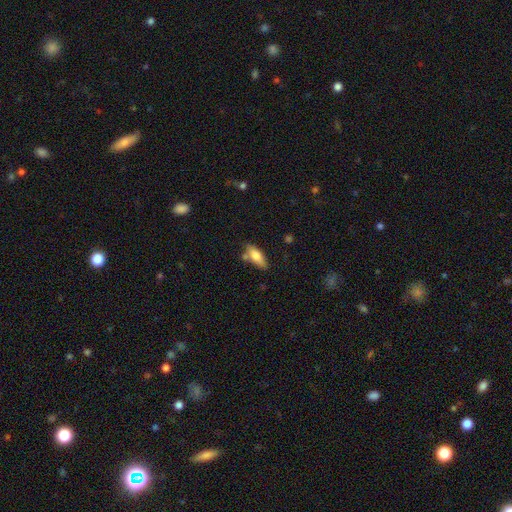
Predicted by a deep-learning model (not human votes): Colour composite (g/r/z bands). It shows a smooth galaxy with no disk features (74%) that is in between round and cigar-shaped (71%). Merging: none (66%).